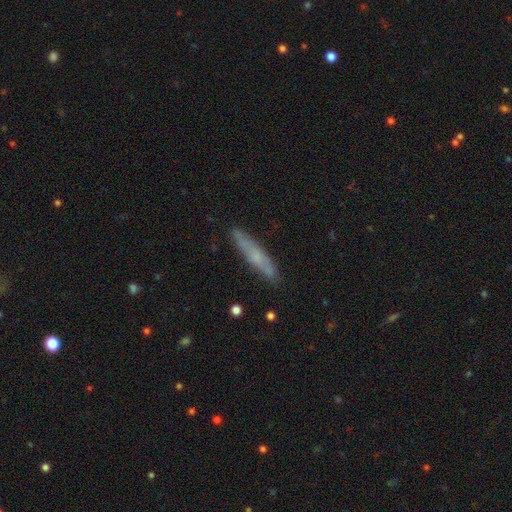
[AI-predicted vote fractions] Smooth or featured? smooth (55%)
How rounded? cigar-shaped (91%)
Merging? none (86%)